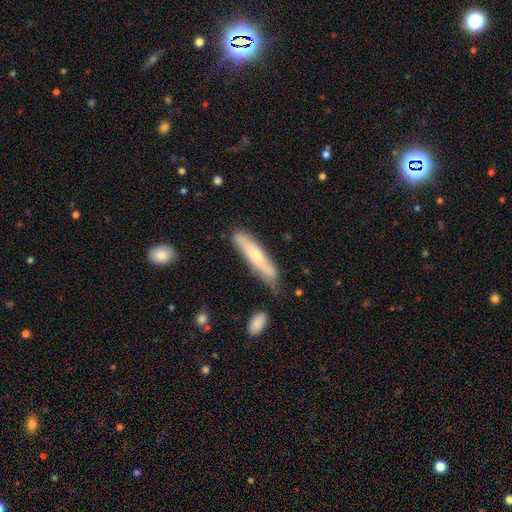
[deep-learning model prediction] Smooth or featured? Predicted: smooth (p=0.51). How rounded? Predicted: cigar-shaped (p=0.85). Merging? Predicted: none (p=0.65).